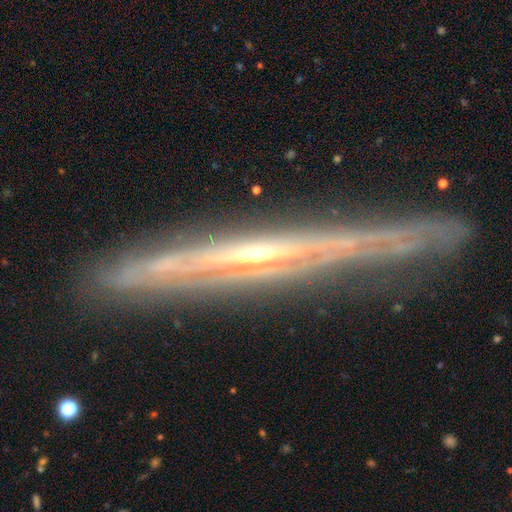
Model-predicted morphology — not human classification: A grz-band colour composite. It shows a featured or disk galaxy (82%) viewed edge-on (90%) with a rounded central bulge (51%). Merging: none (79%).